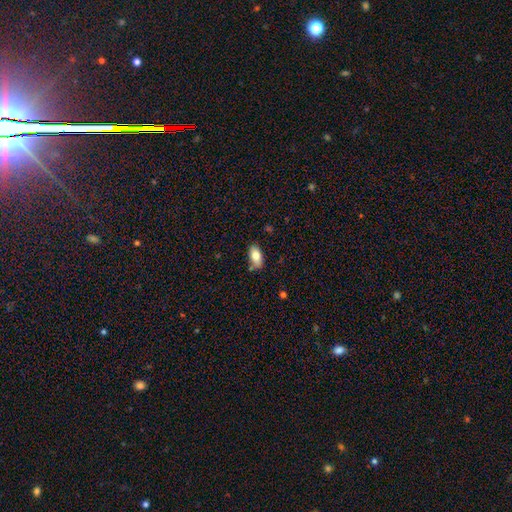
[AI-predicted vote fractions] A smooth galaxy with no disk features (80%) that is in between round and cigar-shaped (92%). Merging: none (76%).